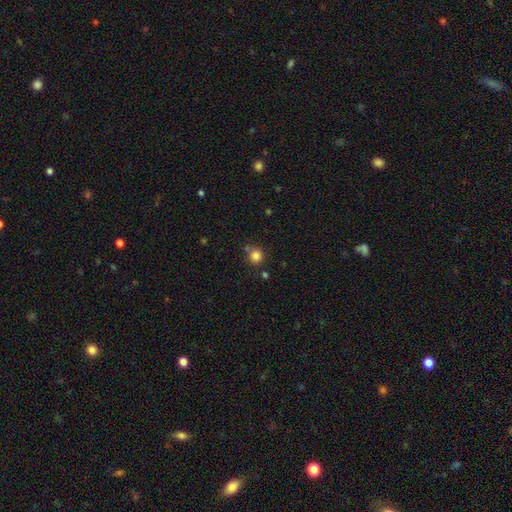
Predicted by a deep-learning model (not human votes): A smooth galaxy with no disk features (83%) that is round (91%). Merging: none (74%).